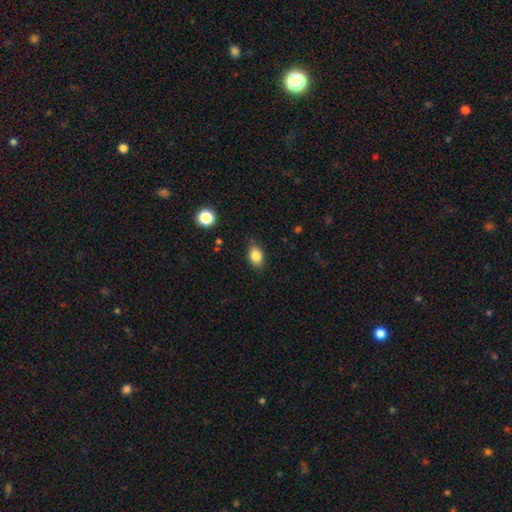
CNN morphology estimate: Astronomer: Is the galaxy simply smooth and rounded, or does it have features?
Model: smooth — 85%.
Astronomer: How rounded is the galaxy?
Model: in between — 79%.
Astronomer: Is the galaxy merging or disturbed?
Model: none — 81%.